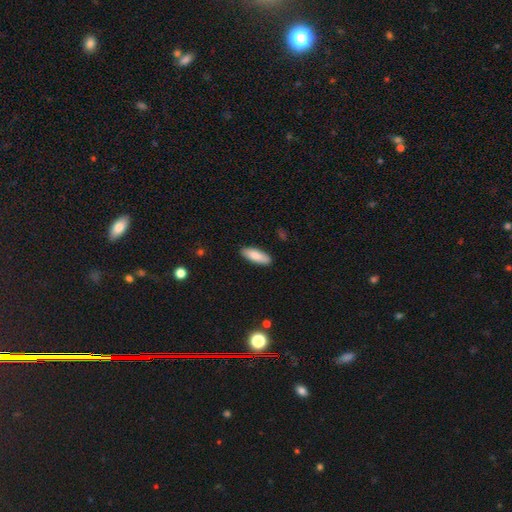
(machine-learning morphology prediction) Q: Smooth or featured?
A: smooth (84%); runner-up: featured or disk (11%)
Q: How rounded?
A: in between (64%); runner-up: cigar-shaped (34%)
Q: Merging?
A: none (89%); runner-up: minor disturbance (8%)